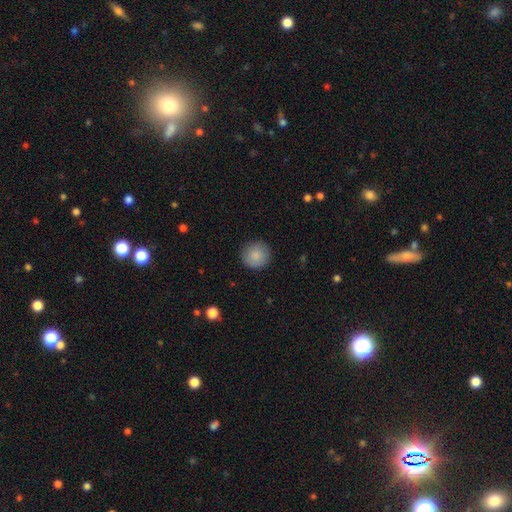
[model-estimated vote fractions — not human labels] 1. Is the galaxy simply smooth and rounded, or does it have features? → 87% smooth, 7% star or artifact, 5% featured or disk.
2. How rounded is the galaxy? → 93% round, 6% in between, 1% cigar-shaped.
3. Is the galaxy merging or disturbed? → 89% none, 8% minor disturbance, 2% major disturbance, 1% merger.